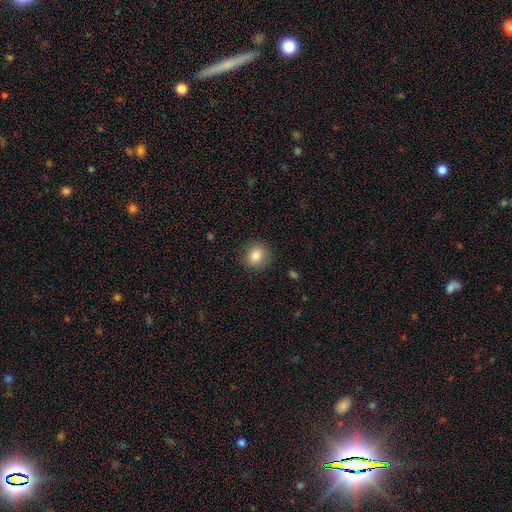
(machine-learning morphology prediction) type=smooth (84%); roundness=round (82%); merging=none (88%).